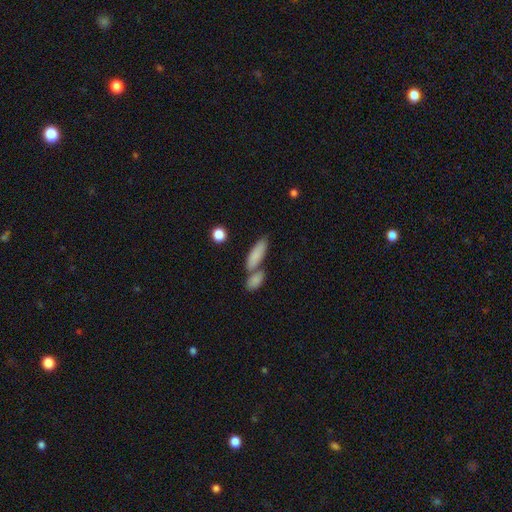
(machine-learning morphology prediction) smooth 82%, featured or disk 11%, star or artifact 7%. Down the decision tree: how rounded — in between (57%); merging — none (50%).